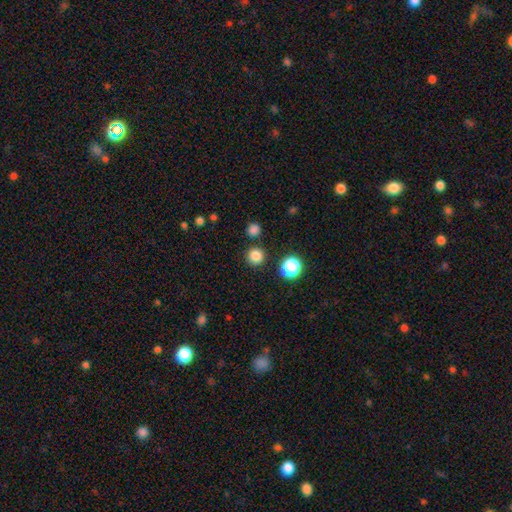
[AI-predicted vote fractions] This appears to be a smooth galaxy with no disk features (82%) that is round (95%). Merging: none (89%).